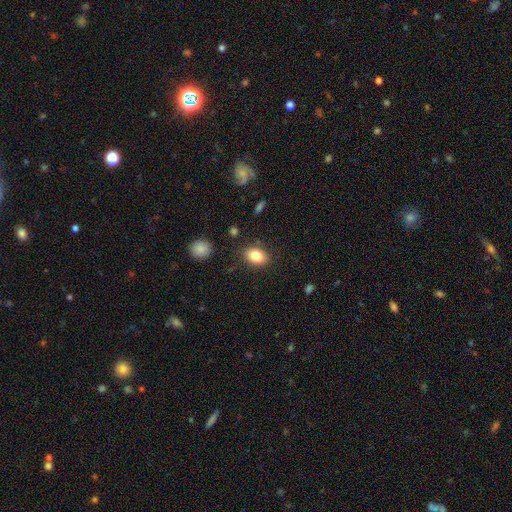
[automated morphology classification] smooth-or-featured: smooth: 85% | star or artifact: 8% | featured or disk: 6%
  how-rounded: in between: 81% | round: 18% | cigar-shaped: 1%
  merging: none: 83% | minor disturbance: 11% | major disturbance: 3% | merger: 2%